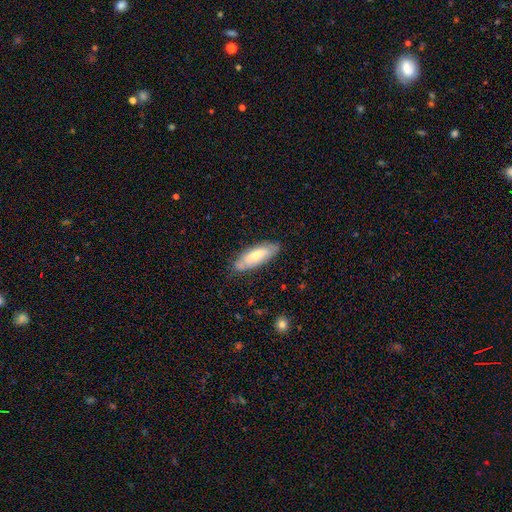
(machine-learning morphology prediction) This is possibly a smooth galaxy (56%). How rounded: likely in between (62%). Merging: likely none (77%).